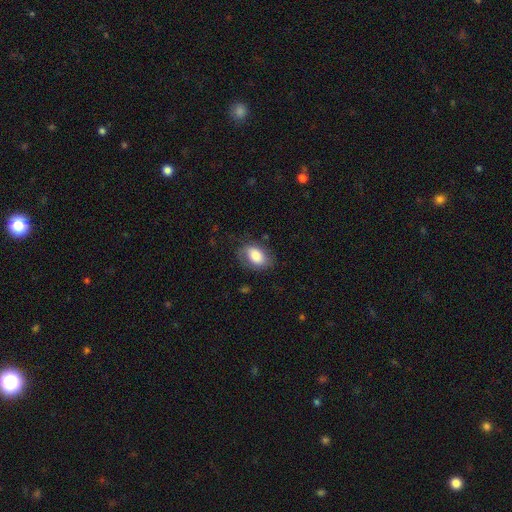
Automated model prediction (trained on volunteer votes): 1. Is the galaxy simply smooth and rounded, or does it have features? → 75% smooth, 18% featured or disk, 7% star or artifact.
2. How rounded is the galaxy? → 87% in between, 12% round, 1% cigar-shaped.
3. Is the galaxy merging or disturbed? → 67% none, 22% minor disturbance, 9% major disturbance, 1% merger.